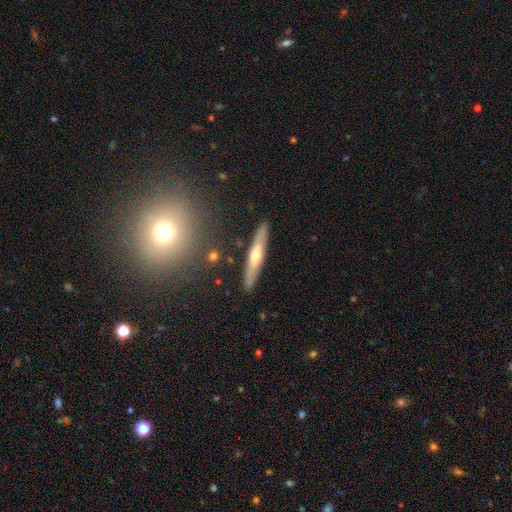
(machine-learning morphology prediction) Smooth or featured?
  - featured or disk: 63% *
  - smooth: 28%
  - star or artifact: 9%
Edge-on disk?
  - yes: 91% *
  - no: 9%
Edge-on bulge?
  - rounded: 87% *
  - none: 11%
  - boxy: 2%
Merging?
  - none: 89% *
  - minor disturbance: 7%
  - merger: 2%
  - major disturbance: 2%